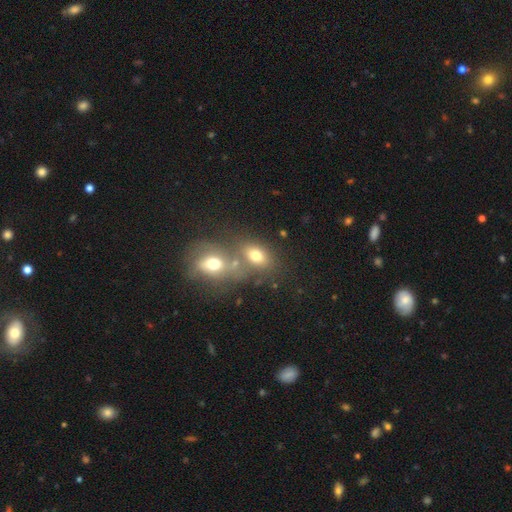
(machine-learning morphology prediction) Q: Smooth or featured?
A: smooth (72%); runner-up: featured or disk (15%)
Q: How rounded?
A: in between (72%); runner-up: round (27%)
Q: Merging?
A: merger (48%); runner-up: none (37%)